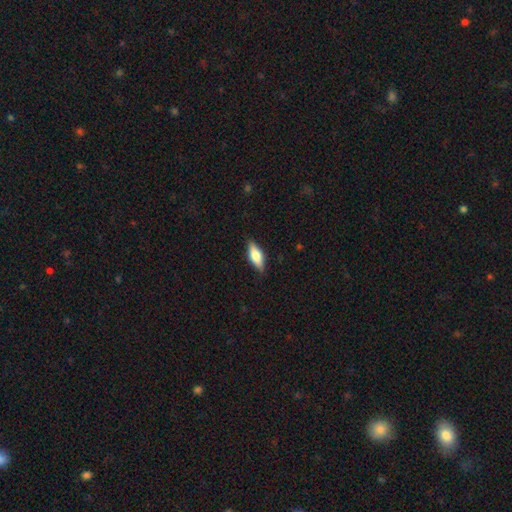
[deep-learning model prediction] This appears to be a smooth galaxy with no disk features (60%) that is in between round and cigar-shaped (68%). Merging: none (85%).